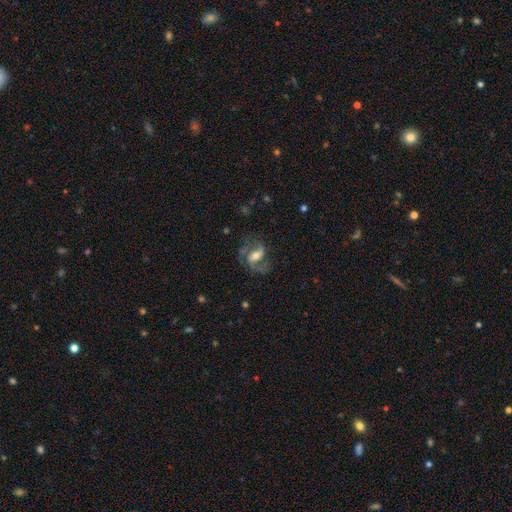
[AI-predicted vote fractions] featured or disk 80%, smooth 12%, star or artifact 7%. Down the decision tree: edge-on disk — no (97%); bar — weak (45%); spiral arms — yes (93%); spiral arm count — 2 (81%); spiral winding — medium (47%); bulge size — moderate (60%); merging — none (59%).